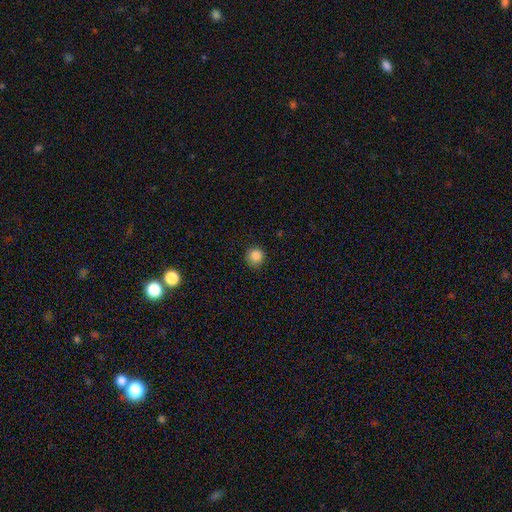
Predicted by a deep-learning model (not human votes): Smooth or featured? smooth (86%)
How rounded? round (93%)
Merging? none (87%)